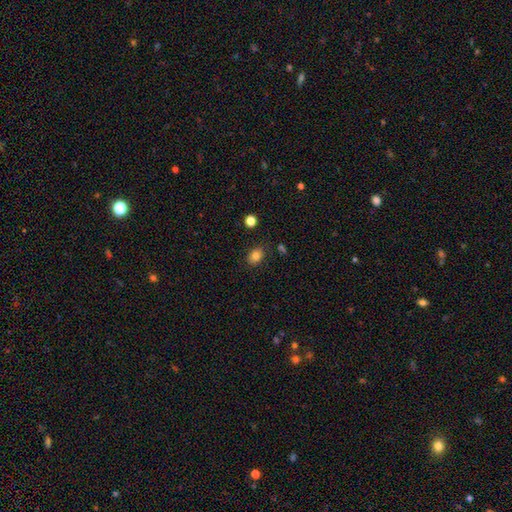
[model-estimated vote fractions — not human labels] The model was most divided on "how rounded": in between: 67%, round: 32%, cigar-shaped: 1%. More confident: smooth or featured — smooth (82%); merging — none (82%).